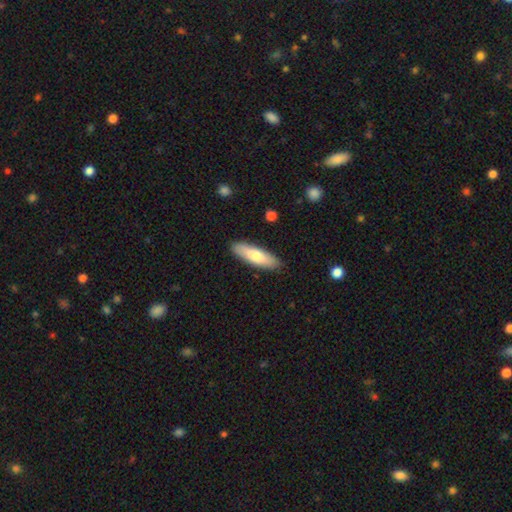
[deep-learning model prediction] smooth-or-featured: smooth: 74% | featured or disk: 21% | star or artifact: 5%
  how-rounded: cigar-shaped: 57% | in between: 41% | round: 2%
  merging: none: 88% | minor disturbance: 9% | major disturbance: 2% | merger: 1%